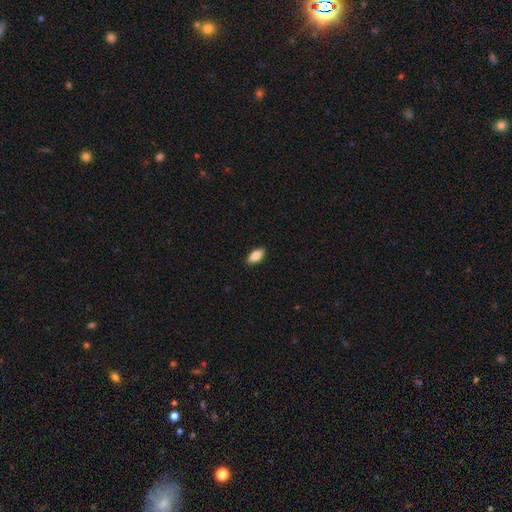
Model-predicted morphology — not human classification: The model was most divided on "smooth or featured": smooth: 86%, featured or disk: 8%, star or artifact: 7%. More confident: merging — none (90%); how rounded — in between (90%).